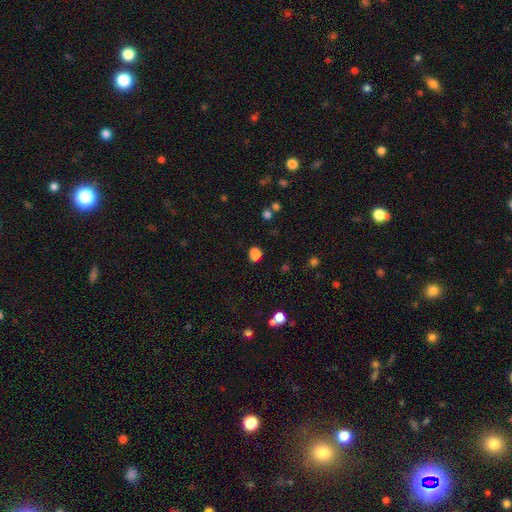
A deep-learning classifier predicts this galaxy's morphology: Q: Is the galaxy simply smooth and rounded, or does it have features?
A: smooth — 78%.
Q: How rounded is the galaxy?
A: round — 53%.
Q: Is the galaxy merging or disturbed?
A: none — 66%.